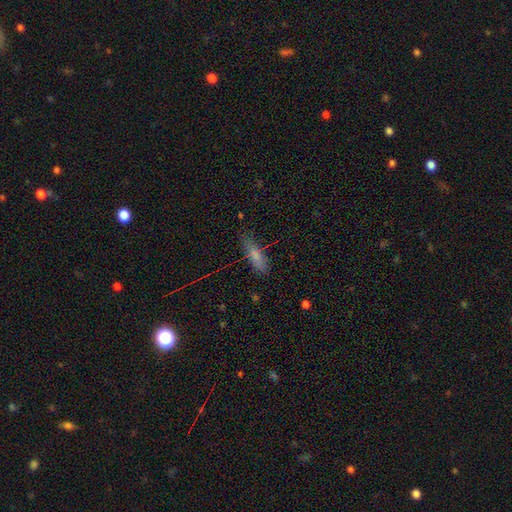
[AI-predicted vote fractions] A smooth galaxy with no disk features (77%) that is cigar-shaped (54%). Merging: none (70%).